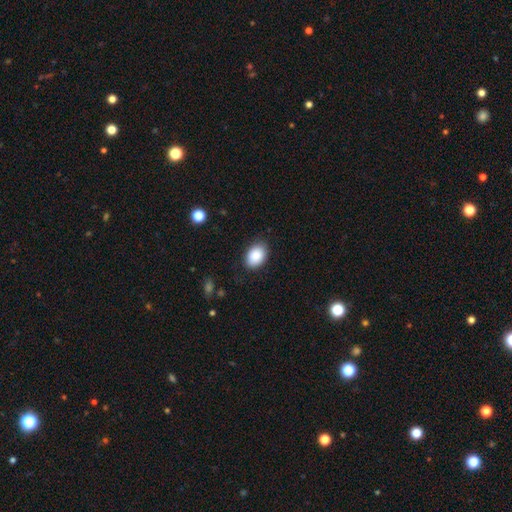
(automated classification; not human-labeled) The model was most divided on "how rounded": in between: 82%, round: 17%, cigar-shaped: 1%. More confident: smooth or featured — smooth (89%); merging — none (84%).